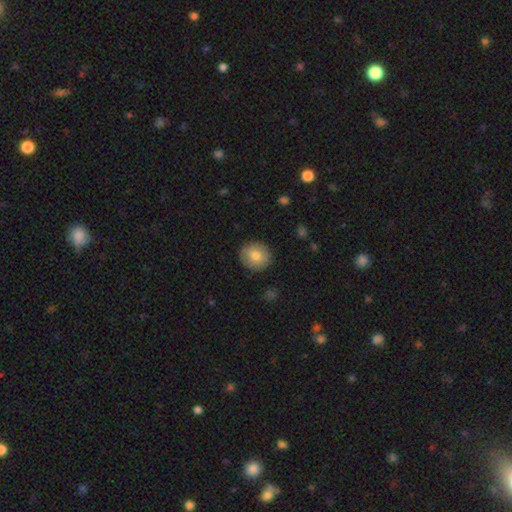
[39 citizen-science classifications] Smooth or featured? 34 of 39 (87%) said smooth. How rounded? 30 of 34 (88%) said round. Merging? 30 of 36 (83%) said none.